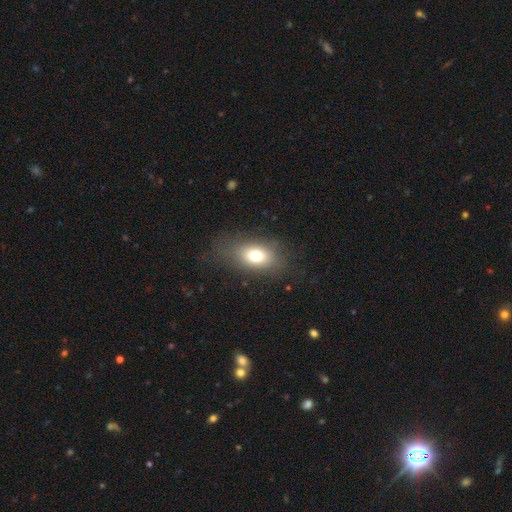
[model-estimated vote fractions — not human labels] Smooth or featured: smooth — 75% (featured or disk — 15%)
How rounded: in between — 83% (round — 15%)
Merging: none — 73% (minor disturbance — 17%)